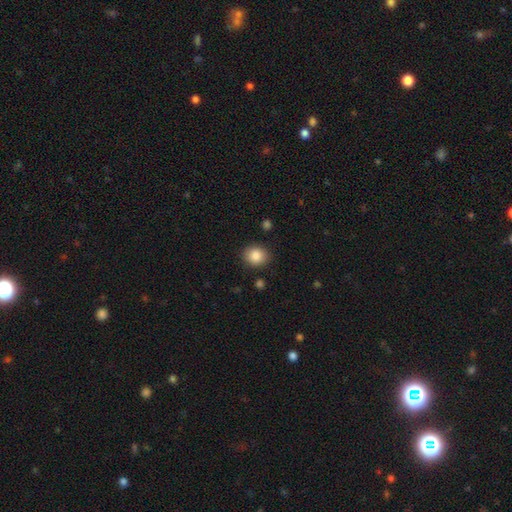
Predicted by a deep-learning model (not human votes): Q: Smooth or featured?
A: smooth (85%); runner-up: star or artifact (9%)
Q: How rounded?
A: round (72%); runner-up: in between (27%)
Q: Merging?
A: none (88%); runner-up: minor disturbance (8%)